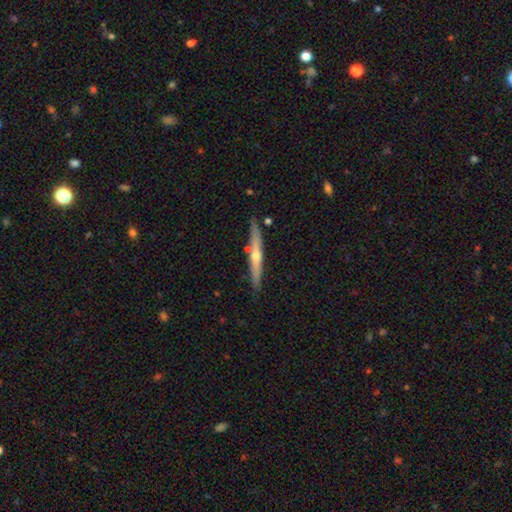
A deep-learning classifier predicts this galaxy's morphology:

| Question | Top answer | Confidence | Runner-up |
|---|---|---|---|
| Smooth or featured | featured or disk | 65% | smooth (29%) |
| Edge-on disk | yes | 95% | no (5%) |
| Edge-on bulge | rounded | 83% | none (15%) |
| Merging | none | 85% | minor disturbance (10%) |